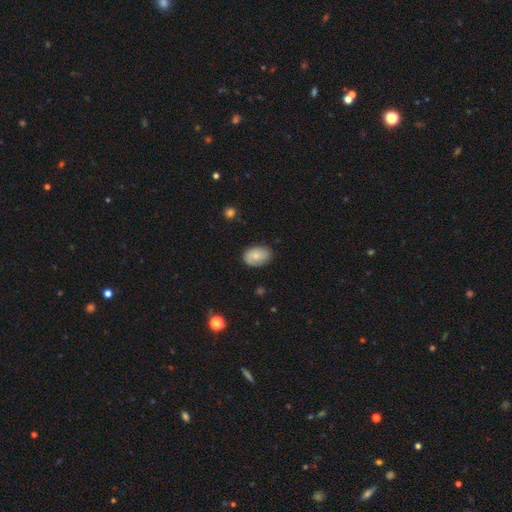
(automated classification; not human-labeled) Smooth or featured?
  - smooth: 67% *
  - featured or disk: 26%
  - star or artifact: 7%
How rounded?
  - in between: 81% *
  - round: 18%
  - cigar-shaped: 1%
Merging?
  - none: 77% *
  - minor disturbance: 18%
  - major disturbance: 4%
  - merger: 1%